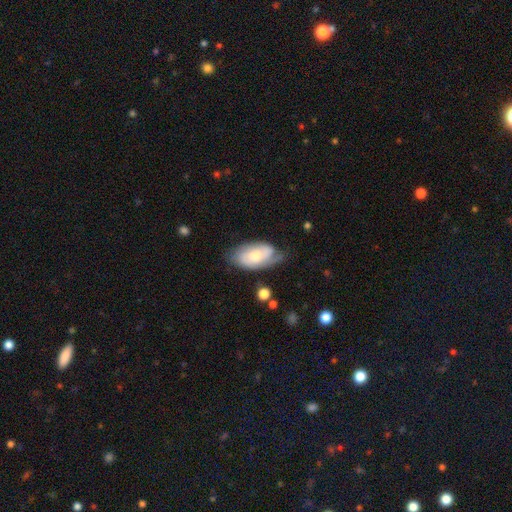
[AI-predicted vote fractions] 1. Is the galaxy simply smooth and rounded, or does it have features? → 55% featured or disk, 39% smooth, 6% star or artifact.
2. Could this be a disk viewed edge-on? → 93% no, 7% yes.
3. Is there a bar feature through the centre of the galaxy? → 69% no, 26% weak, 5% strong.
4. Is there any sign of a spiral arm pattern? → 82% yes, 18% no.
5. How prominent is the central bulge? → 55% moderate, 30% small, 10% large, 4% none, 2% dominant.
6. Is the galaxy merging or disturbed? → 56% none, 30% minor disturbance, 11% major disturbance, 3% merger.